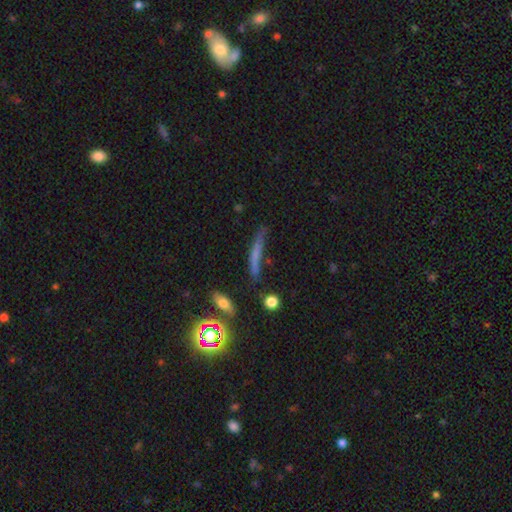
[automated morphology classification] smooth 53%, featured or disk 31%, star or artifact 16%. Down the decision tree: how rounded — cigar-shaped (86%); merging — none (66%).